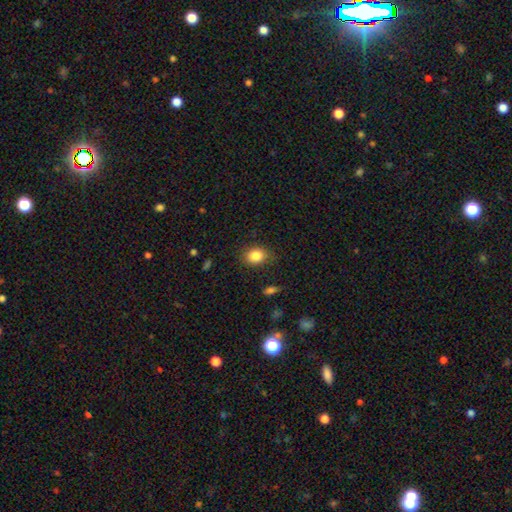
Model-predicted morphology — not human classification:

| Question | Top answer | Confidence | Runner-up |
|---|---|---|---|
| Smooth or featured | smooth | 85% | star or artifact (9%) |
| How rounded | in between | 61% | round (37%) |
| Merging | none | 82% | minor disturbance (13%) |